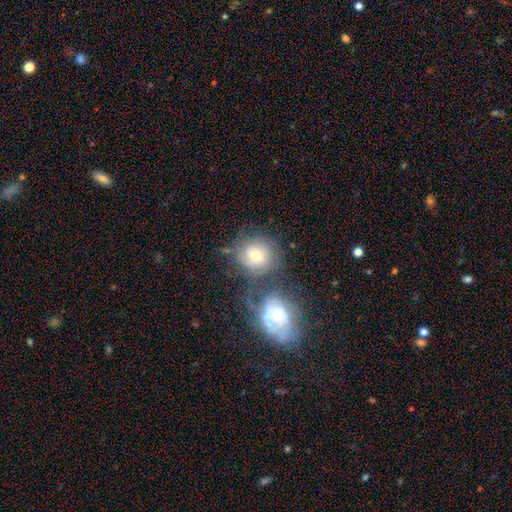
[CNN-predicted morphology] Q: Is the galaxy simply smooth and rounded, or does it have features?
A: featured or disk — 48%.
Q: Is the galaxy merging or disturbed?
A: none — 48%.